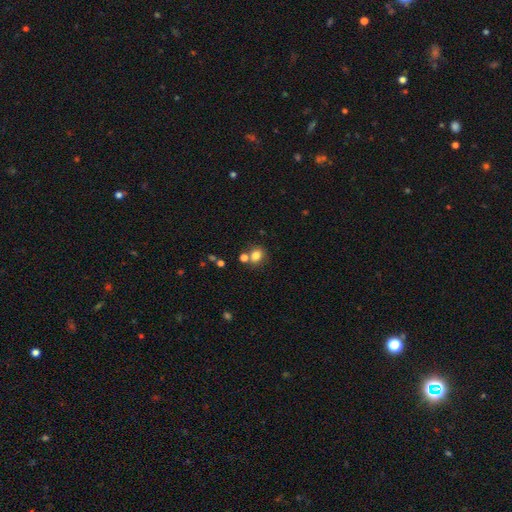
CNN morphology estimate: This appears to be a smooth galaxy with no disk features (80%) that is round (70%). Merging: none (65%).